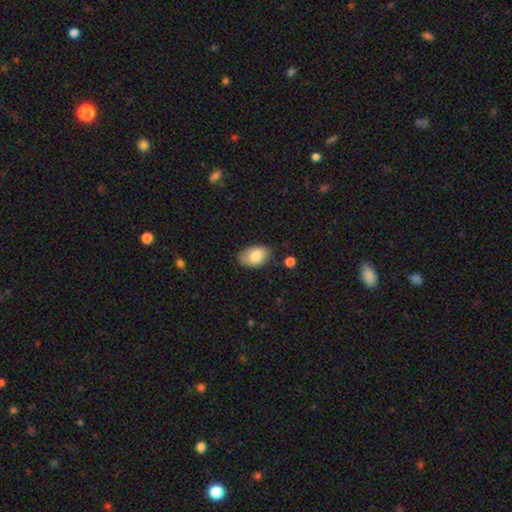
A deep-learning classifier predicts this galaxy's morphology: Smooth or featured: smooth — 83% (featured or disk — 10%)
How rounded: in between — 88% (round — 11%)
Merging: none — 75% (minor disturbance — 19%)